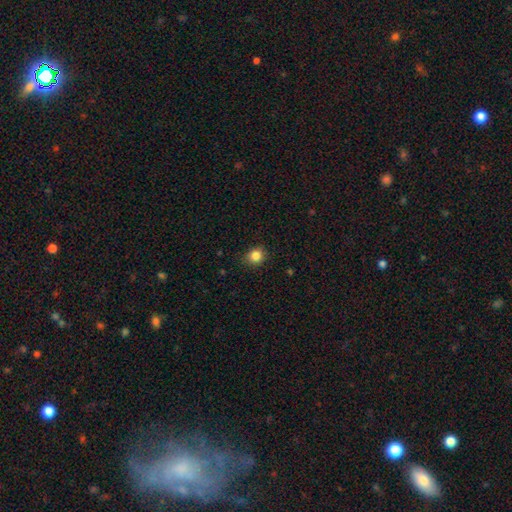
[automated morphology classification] This is clearly a smooth galaxy (85%). How rounded: clearly round (83%). Merging: clearly none (86%).